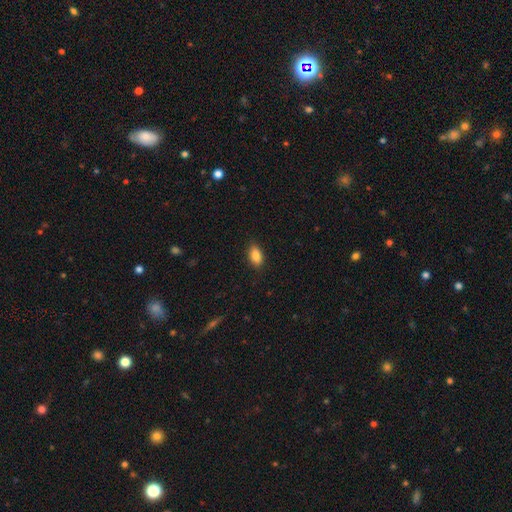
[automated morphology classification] type=smooth (86%); roundness=in between (89%); merging=none (88%).